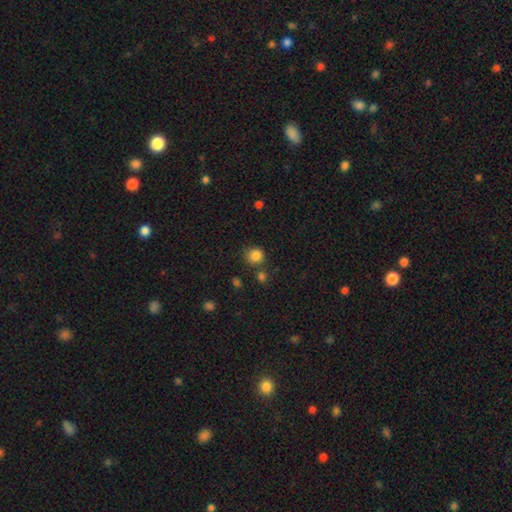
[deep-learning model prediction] smooth 84%, star or artifact 11%, featured or disk 4%. Down the decision tree: how rounded — round (87%); merging — none (71%).